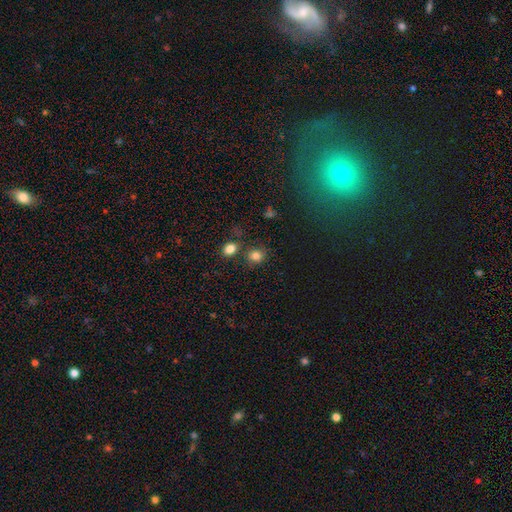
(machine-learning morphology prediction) smooth-or-featured: smooth: 81% | star or artifact: 13% | featured or disk: 6%
  how-rounded: round: 76% | in between: 23% | cigar-shaped: 1%
  merging: none: 74% | merger: 11% | minor disturbance: 11% | major disturbance: 4%